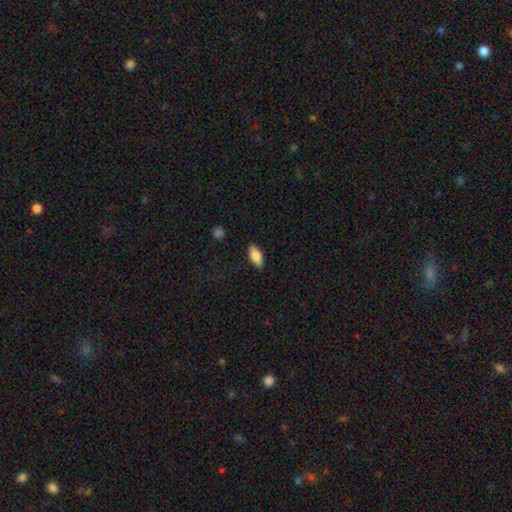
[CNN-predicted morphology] Smooth or featured?
  - smooth: 81% *
  - featured or disk: 13%
  - star or artifact: 7%
How rounded?
  - in between: 86% *
  - cigar-shaped: 11%
  - round: 2%
Merging?
  - none: 88% *
  - minor disturbance: 9%
  - major disturbance: 2%
  - merger: 1%